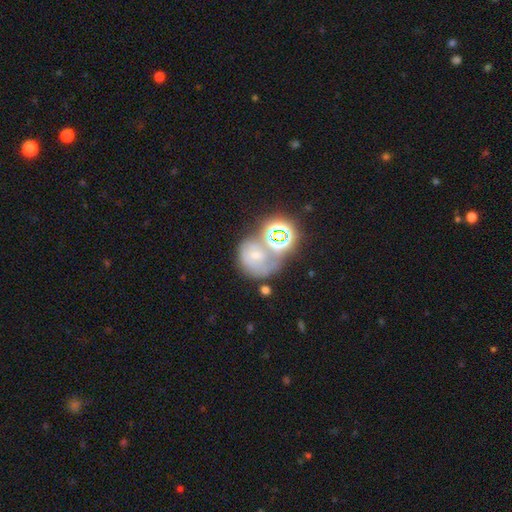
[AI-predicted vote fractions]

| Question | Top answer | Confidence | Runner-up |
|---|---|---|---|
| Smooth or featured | smooth | 39% | featured or disk (33%) |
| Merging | none | 38% | merger (32%) |